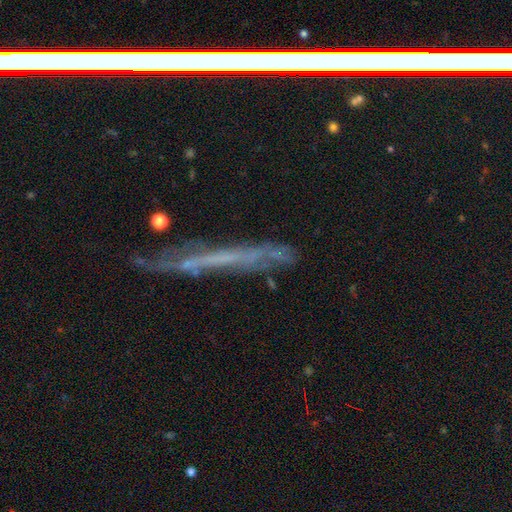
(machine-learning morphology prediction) A featured or disk galaxy (50%).

Vote fractions:
- Smooth or featured? featured or disk: 50% / star or artifact: 27% / smooth: 23%
- Merging? none: 71% / minor disturbance: 18% / major disturbance: 8% / merger: 3%